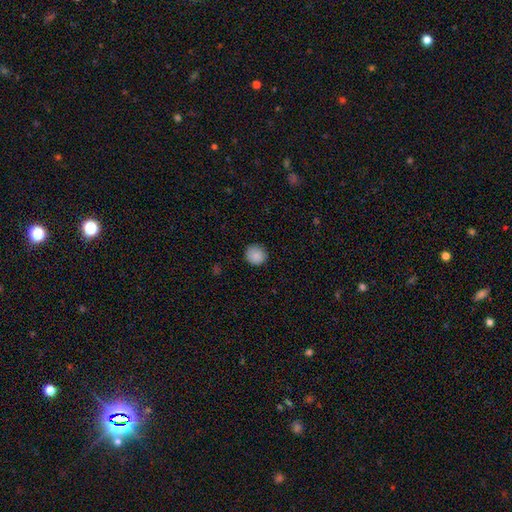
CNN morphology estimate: This is clearly a smooth galaxy (86%). How rounded: clearly round (92%). Merging: clearly none (89%).